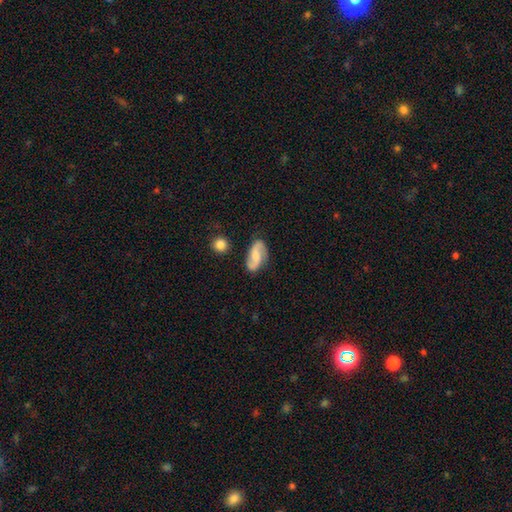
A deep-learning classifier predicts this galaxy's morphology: A featured or disk galaxy (71%) with a weak bar (43%), 2 (91%) medium (43%) spiral arms (95%) and a moderate central bulge (31%).

Vote fractions:
- Smooth or featured? featured or disk: 71% / smooth: 23% / star or artifact: 6%
- Edge-on disk? no: 96% / yes: 4%
- Bar? weak: 43% / no: 42% / strong: 15%
- Spiral arms? yes: 95% / no: 5%
- Spiral winding? medium: 43% / loose: 42% / tight: 16%
- Spiral arm count? 2: 91% / can't tell: 3% / 1: 2% / 3: 1% / 4: 1% / more than 4: 1%
- Bulge size? moderate: 31% / none: 30% / small: 28% / large: 9% / dominant: 2%
- Merging? none: 78% / minor disturbance: 15% / major disturbance: 4% / merger: 3%